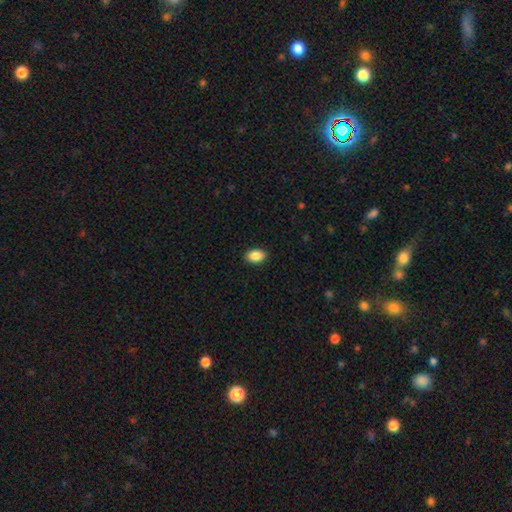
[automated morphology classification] The model was most divided on "how rounded": in between: 86%, round: 12%, cigar-shaped: 1%. More confident: merging — none (90%); smooth or featured — smooth (89%).